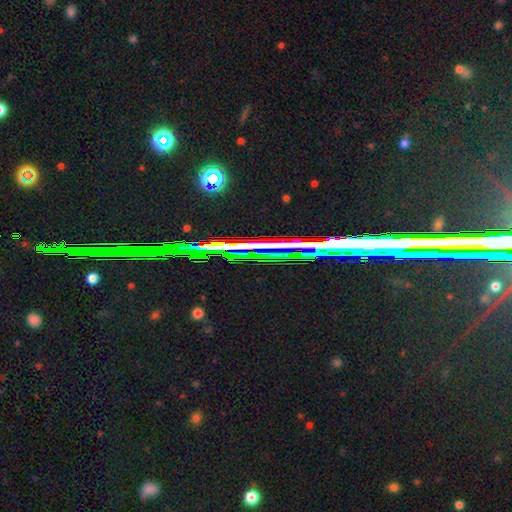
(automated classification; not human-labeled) A star or artifact, not a galaxy (79%).

Vote fractions:
- Smooth or featured? star or artifact: 79% / featured or disk: 13% / smooth: 9%